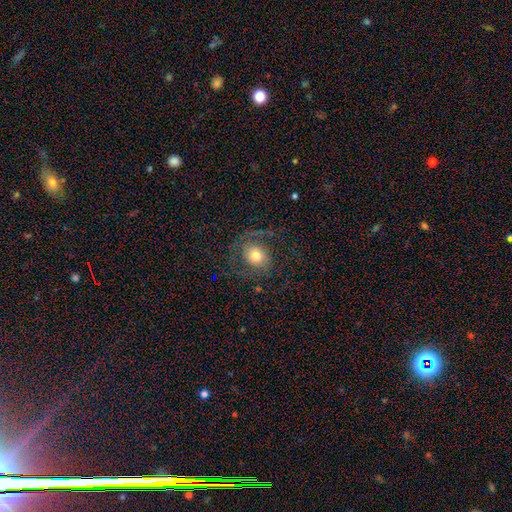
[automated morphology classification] This appears to be a smooth galaxy with no disk features (45%, tied with featured or disk). Merging: none (68%).